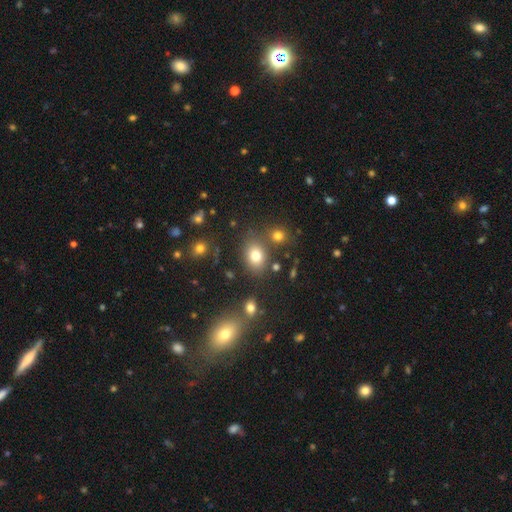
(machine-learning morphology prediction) Smooth or featured: smooth — 76% (star or artifact — 14%)
How rounded: in between — 63% (round — 36%)
Merging: none — 73% (minor disturbance — 12%)